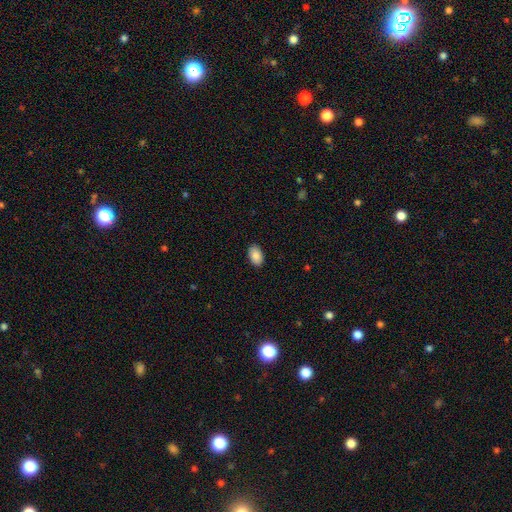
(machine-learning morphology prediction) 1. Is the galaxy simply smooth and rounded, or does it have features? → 89% smooth, 7% star or artifact, 5% featured or disk.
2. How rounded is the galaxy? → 92% in between, 7% round, 1% cigar-shaped.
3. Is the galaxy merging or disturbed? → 89% none, 8% minor disturbance, 2% major disturbance, 1% merger.